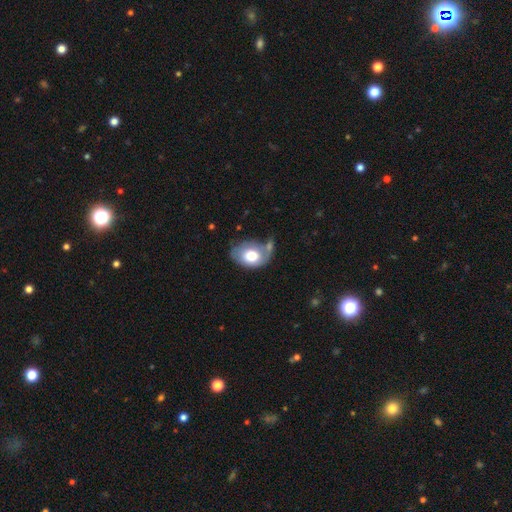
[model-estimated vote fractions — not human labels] smooth-or-featured: smooth: 67% | featured or disk: 26% | star or artifact: 7%
  how-rounded: in between: 73% | round: 26% | cigar-shaped: 1%
  merging: none: 40% | minor disturbance: 27% | merger: 20% | major disturbance: 14%